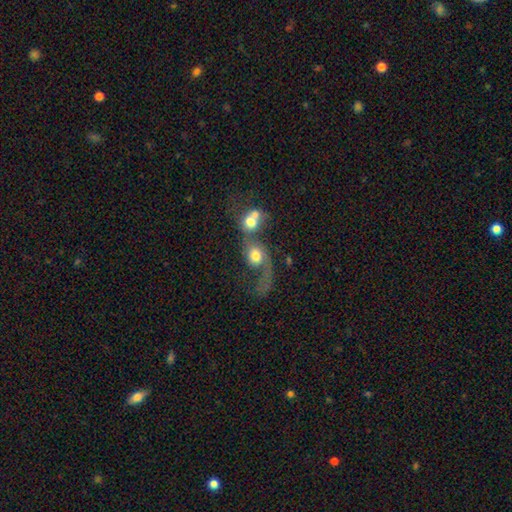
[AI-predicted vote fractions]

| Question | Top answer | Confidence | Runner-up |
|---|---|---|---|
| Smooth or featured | smooth | 47% | featured or disk (42%) |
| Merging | merger | 62% | major disturbance (20%) |